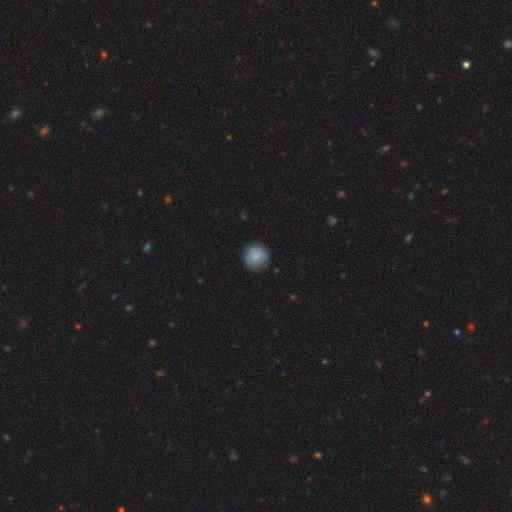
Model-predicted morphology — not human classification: A smooth galaxy with no disk features (79%) that is round (95%). Merging: none (83%).